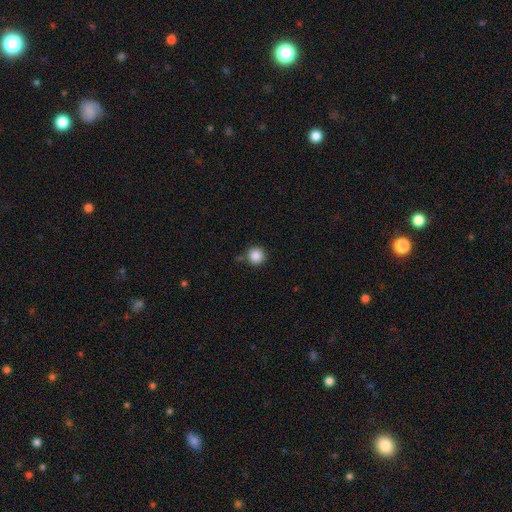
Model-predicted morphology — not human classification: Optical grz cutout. It shows a smooth galaxy with no disk features (86%) that is round (95%). Merging: none (84%).